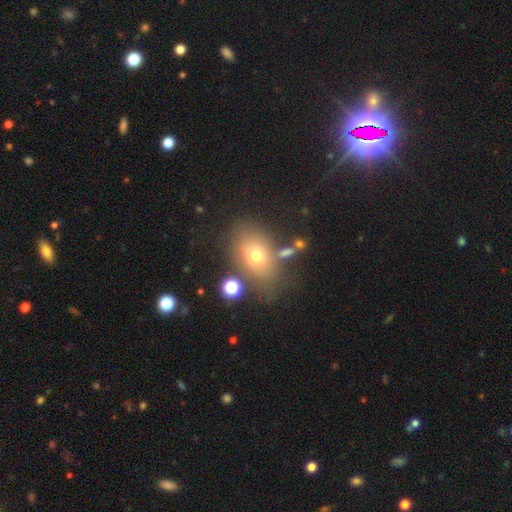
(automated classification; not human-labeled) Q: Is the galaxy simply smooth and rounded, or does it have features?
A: smooth — 67%.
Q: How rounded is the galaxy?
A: in between — 73%.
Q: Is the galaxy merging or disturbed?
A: none — 64%.